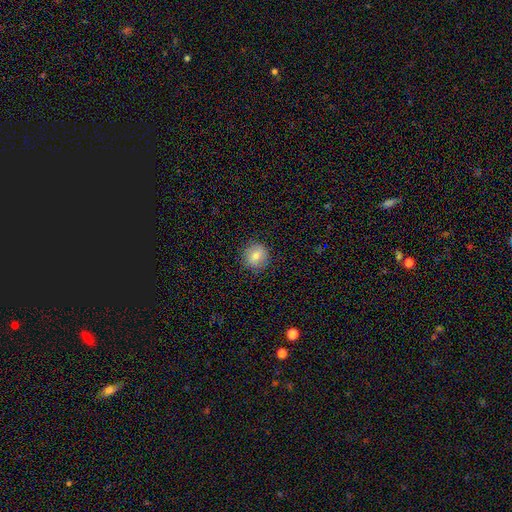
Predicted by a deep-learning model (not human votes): The model was most divided on "smooth or featured": smooth: 77%, featured or disk: 13%, star or artifact: 10%. More confident: how rounded — round (90%); merging — none (88%).